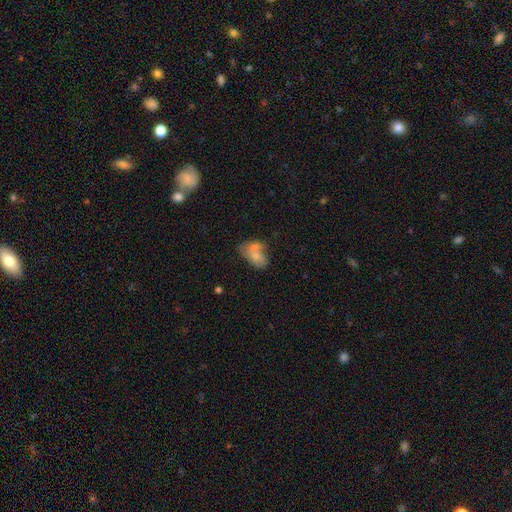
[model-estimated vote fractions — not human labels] Q: Smooth or featured?
A: smooth (69%); runner-up: featured or disk (23%)
Q: How rounded?
A: in between (86%); runner-up: round (12%)
Q: Merging?
A: merger (51%); runner-up: none (25%)